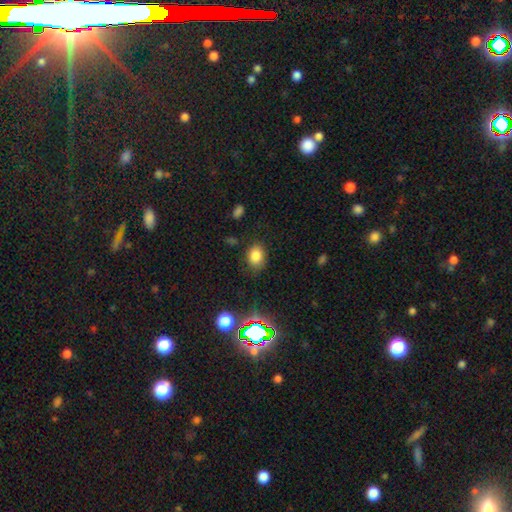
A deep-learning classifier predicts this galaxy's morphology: Smooth or featured: smooth — 80% (star or artifact — 14%)
How rounded: in between — 64% (round — 35%)
Merging: none — 79% (minor disturbance — 14%)